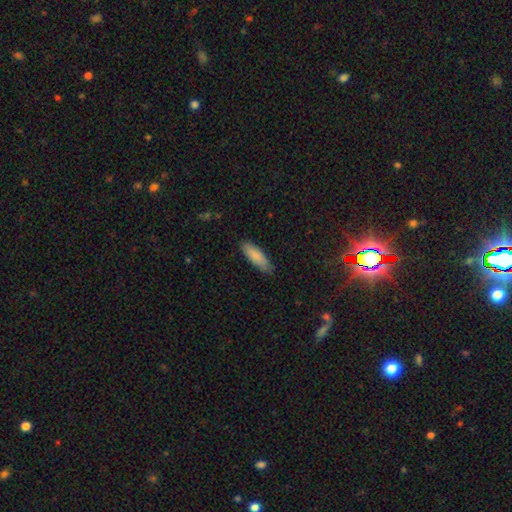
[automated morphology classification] smooth 84%, featured or disk 10%, star or artifact 6%. Down the decision tree: how rounded — in between (53%); merging — none (83%).